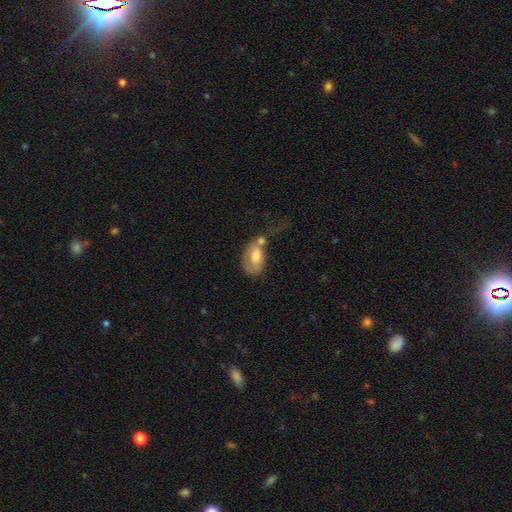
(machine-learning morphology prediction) This is likely a smooth galaxy (63%). How rounded: clearly in between (87%). Merging: marginally merger (34%).